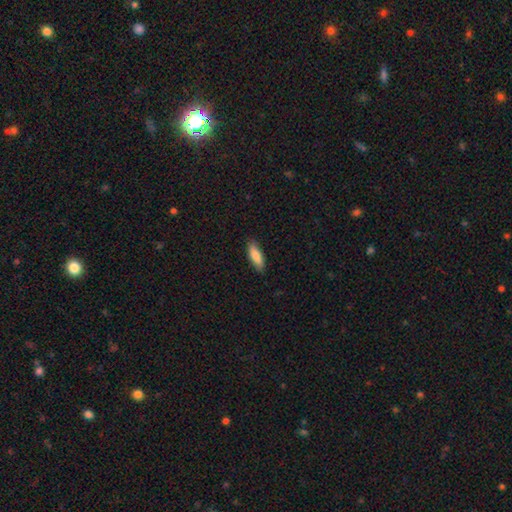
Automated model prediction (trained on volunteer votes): smooth_or_featured: smooth (p=0.83) [alt: featured or disk p=0.11]
how_rounded: in between (p=0.61) [alt: cigar-shaped p=0.37]
merging: none (p=0.86) [alt: minor disturbance p=0.11]